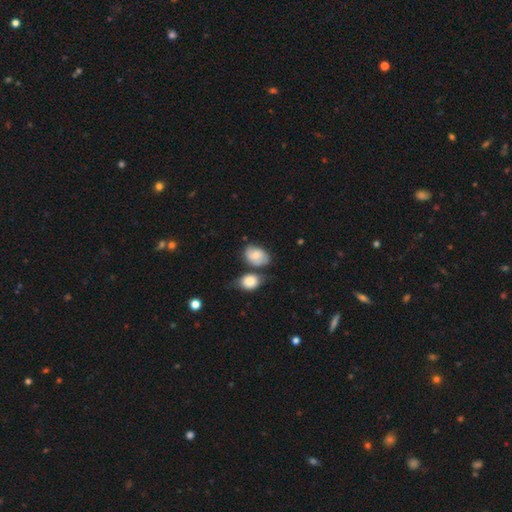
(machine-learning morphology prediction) Smooth or featured? Predicted: smooth (p=0.61). How rounded? Predicted: in between (p=0.75). Merging? Predicted: none (p=0.47).